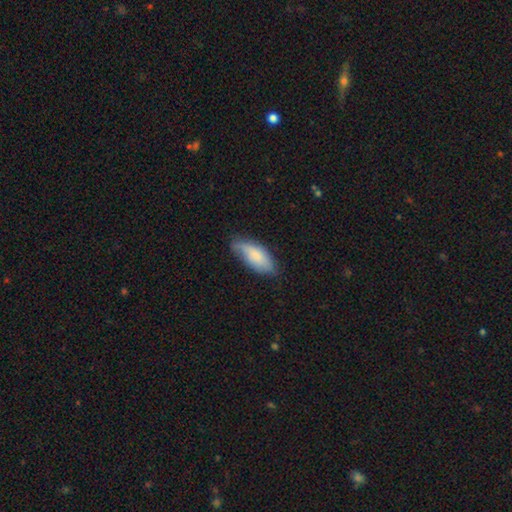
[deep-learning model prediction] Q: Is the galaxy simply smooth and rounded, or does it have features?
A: smooth — 73%.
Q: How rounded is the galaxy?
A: in between — 83%.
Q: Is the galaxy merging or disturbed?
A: none — 57%.